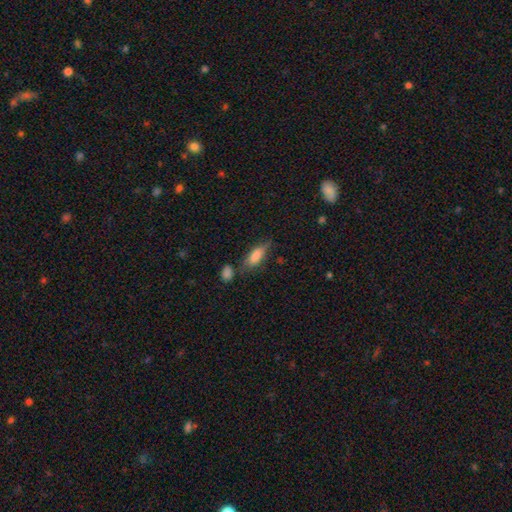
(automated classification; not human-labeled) Smooth or featured? smooth (76%)
How rounded? in between (66%)
Merging? none (53%)